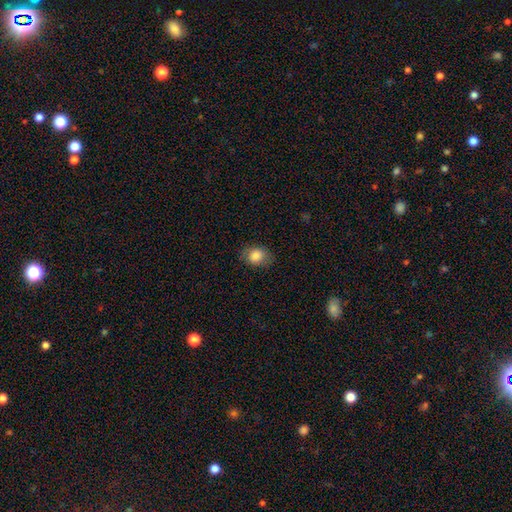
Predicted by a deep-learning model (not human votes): Smooth or featured? Predicted: smooth (p=0.82). How rounded? Predicted: in between (p=0.67). Merging? Predicted: none (p=0.78).